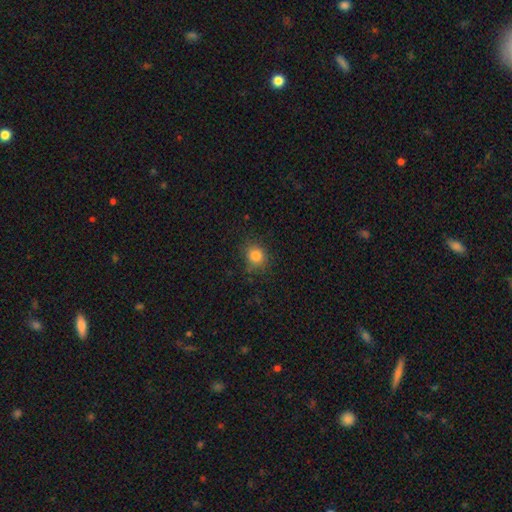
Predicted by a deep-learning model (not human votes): Smooth or featured? Predicted: smooth (p=0.83). How rounded? Predicted: round (p=0.77). Merging? Predicted: none (p=0.79).